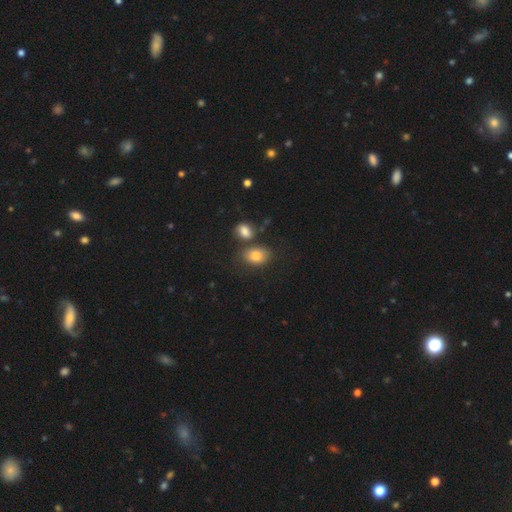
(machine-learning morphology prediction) Smooth or featured?
  - smooth: 82% *
  - star or artifact: 9%
  - featured or disk: 9%
How rounded?
  - in between: 74% *
  - round: 25%
  - cigar-shaped: 1%
Merging?
  - none: 59% *
  - merger: 21%
  - minor disturbance: 15%
  - major disturbance: 5%